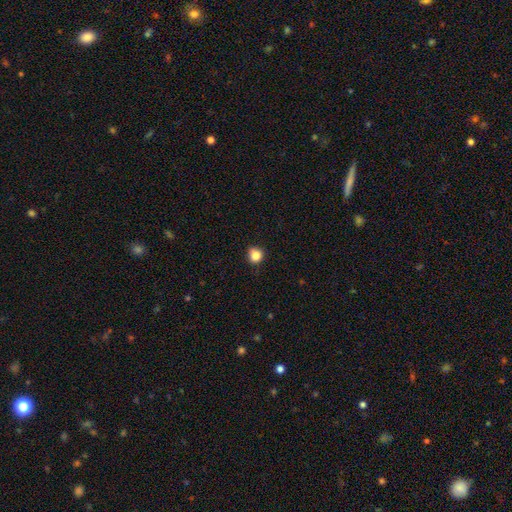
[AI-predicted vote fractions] Smooth or featured? Predicted: smooth (p=0.85). How rounded? Predicted: round (p=0.88). Merging? Predicted: none (p=0.84).